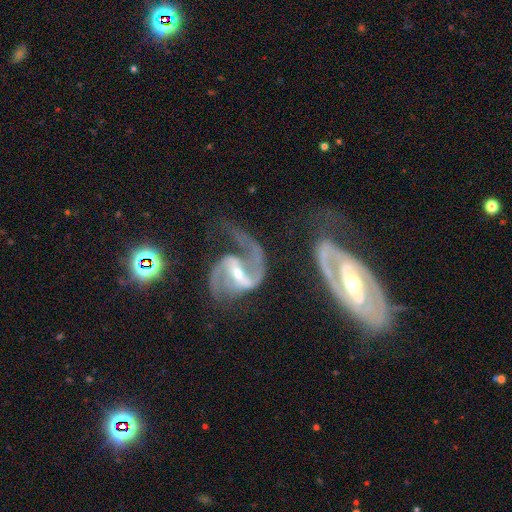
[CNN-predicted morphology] Overall: featured or disk (90%). Edge-on disk: no (96%). Bar: strong (44%; weak 38%). Spiral arms: yes (96%). Spiral arm count: 2 (86%). Spiral winding: medium (49%; loose 35%). Bulge size: small (56%; moderate 37%). Merging: none (42%; major disturbance 25%).